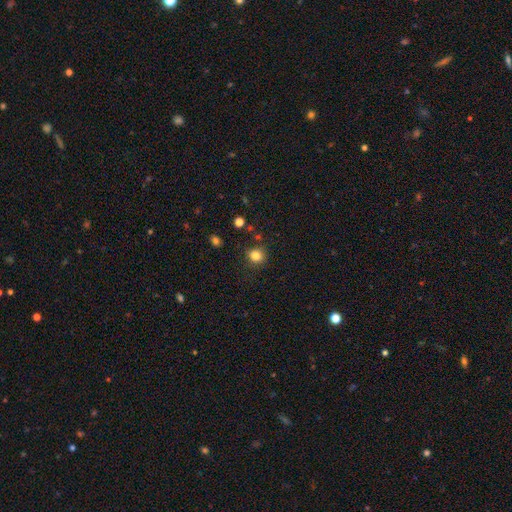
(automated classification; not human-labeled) A smooth galaxy with no disk features (83%) that is round (81%).

Vote fractions:
- Smooth or featured? smooth: 83% / star or artifact: 12% / featured or disk: 5%
- How rounded? round: 81% / in between: 18% / cigar-shaped: 1%
- Merging? none: 83% / minor disturbance: 11% / major disturbance: 3% / merger: 3%